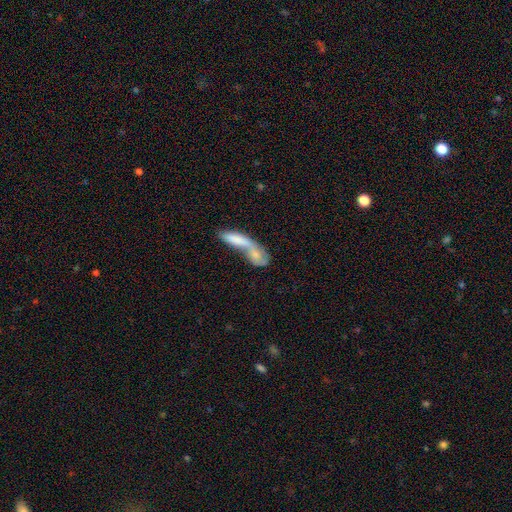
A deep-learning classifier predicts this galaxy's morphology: The model was most divided on "how rounded": in between: 56%, cigar-shaped: 38%, round: 7%. More confident: merging — merger (73%); smooth or featured — smooth (65%).